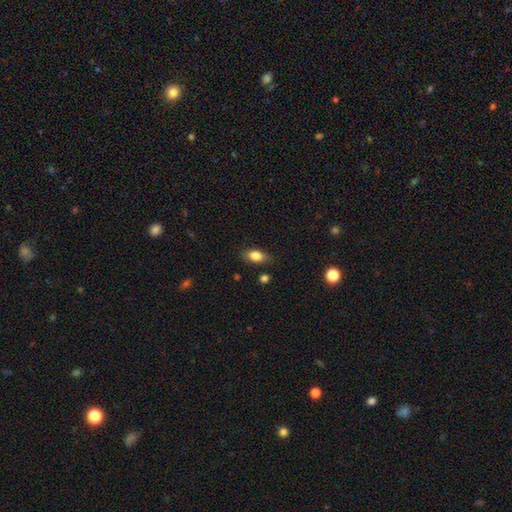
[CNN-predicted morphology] smooth_or_featured: smooth (p=0.82) [alt: featured or disk p=0.10]
how_rounded: in between (p=0.84) [alt: round p=0.10]
merging: none (p=0.80) [alt: minor disturbance p=0.15]